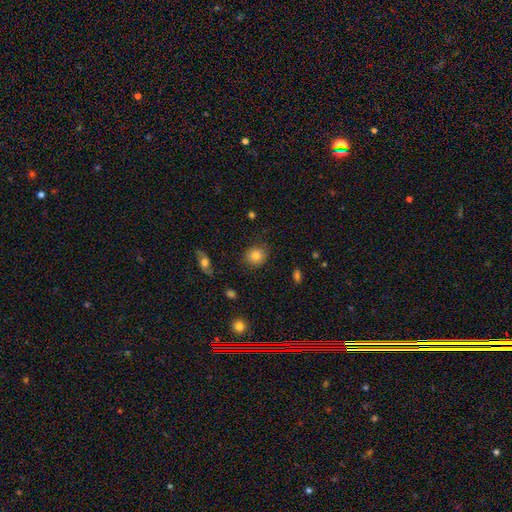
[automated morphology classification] This appears to be a smooth galaxy with no disk features (81%) that is round (79%). Merging: none (86%).